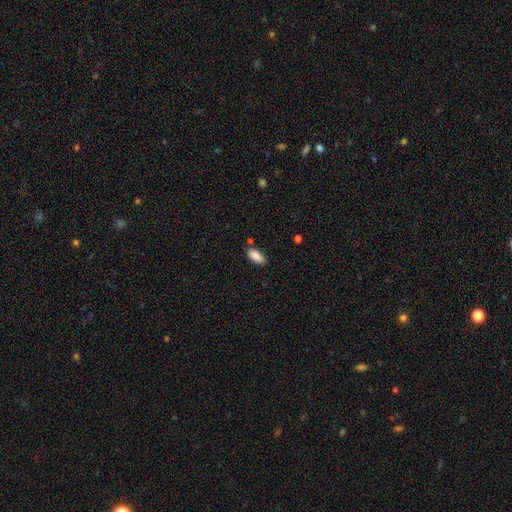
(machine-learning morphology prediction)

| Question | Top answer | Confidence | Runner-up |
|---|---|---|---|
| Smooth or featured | smooth | 88% | star or artifact (7%) |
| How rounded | in between | 90% | cigar-shaped (8%) |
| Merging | none | 77% | minor disturbance (15%) |